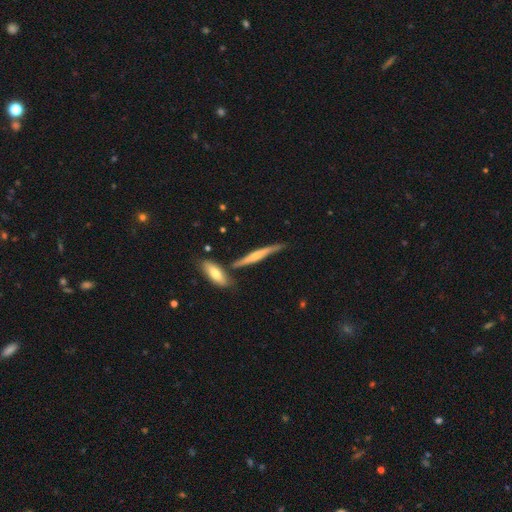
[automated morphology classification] Smooth or featured? Predicted: featured or disk (p=0.58). Edge-on disk? Predicted: yes (p=0.93). Edge-on bulge? Predicted: rounded (p=0.71). Merging? Predicted: none (p=0.70).